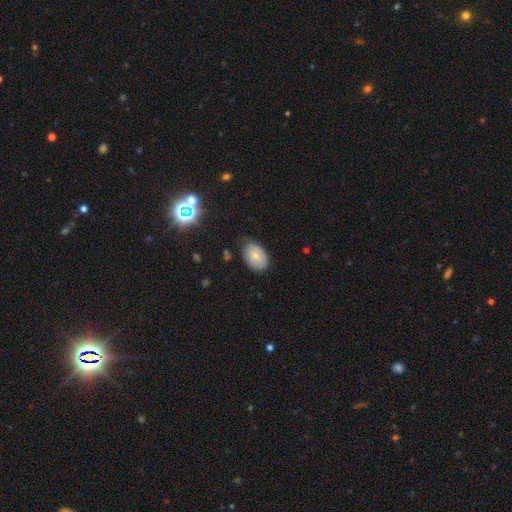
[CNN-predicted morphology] smooth_or_featured: smooth (p=0.69) [alt: featured or disk p=0.22]
how_rounded: in between (p=0.82) [alt: round p=0.17]
merging: none (p=0.68) [alt: minor disturbance p=0.26]